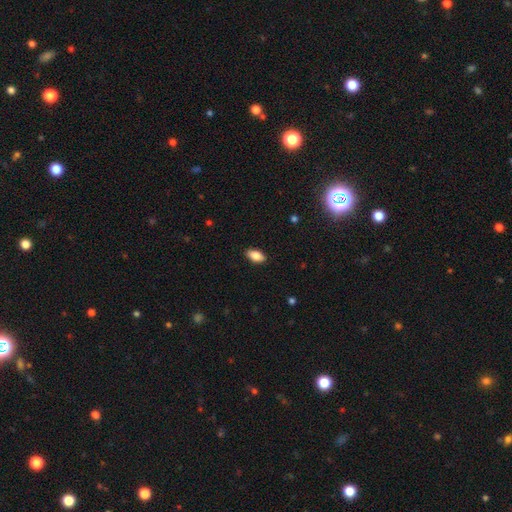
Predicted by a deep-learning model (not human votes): This is clearly a smooth galaxy (86%). How rounded: clearly in between (91%). Merging: clearly none (88%).